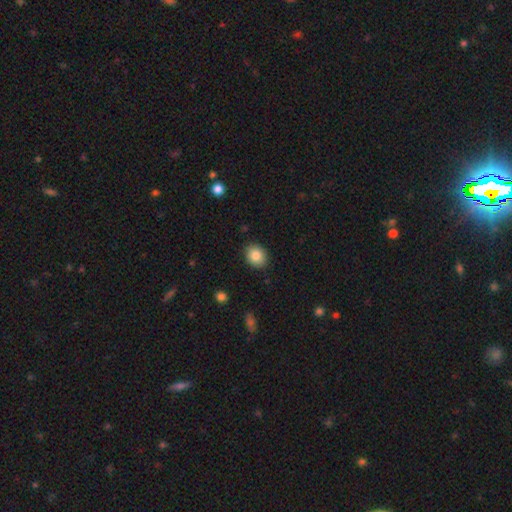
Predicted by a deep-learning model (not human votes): Smooth or featured? Predicted: smooth (p=0.85). How rounded? Predicted: round (p=0.55). Merging? Predicted: none (p=0.88).